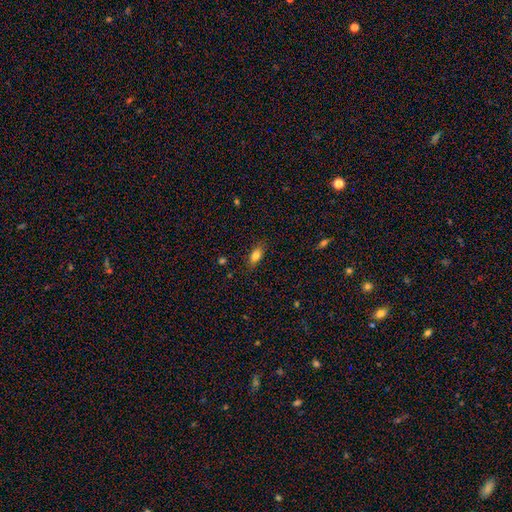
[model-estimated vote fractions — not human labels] Smooth or featured?
  - smooth: 80% *
  - featured or disk: 11%
  - star or artifact: 9%
How rounded?
  - in between: 82% *
  - cigar-shaped: 11%
  - round: 7%
Merging?
  - none: 84% *
  - minor disturbance: 12%
  - major disturbance: 3%
  - merger: 1%